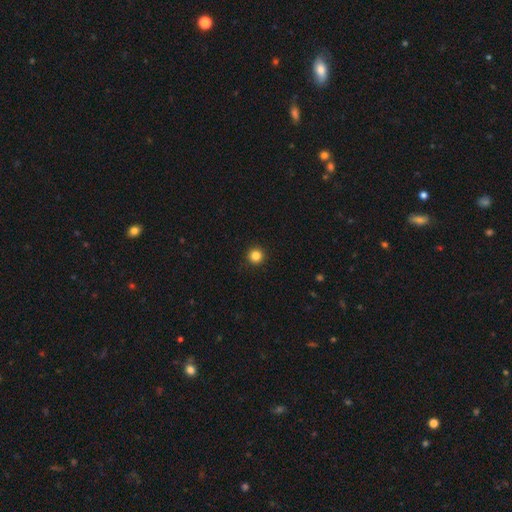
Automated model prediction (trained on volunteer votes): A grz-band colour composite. It shows a smooth galaxy with no disk features (84%) that is round (96%). Merging: none (94%).